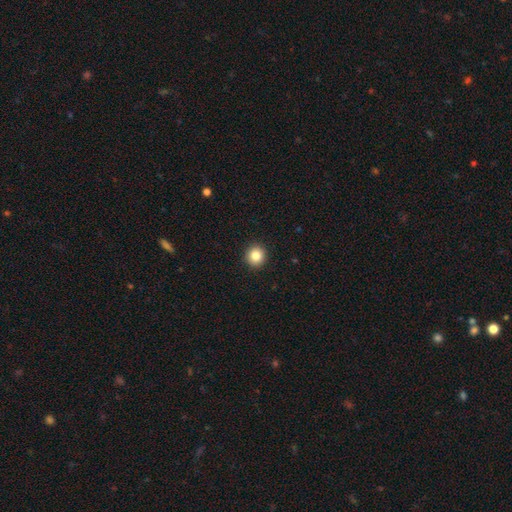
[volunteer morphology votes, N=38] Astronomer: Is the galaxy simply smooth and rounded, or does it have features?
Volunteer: smooth — 87%.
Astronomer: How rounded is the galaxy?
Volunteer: round — 88%.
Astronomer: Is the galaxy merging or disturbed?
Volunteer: none — 97%.